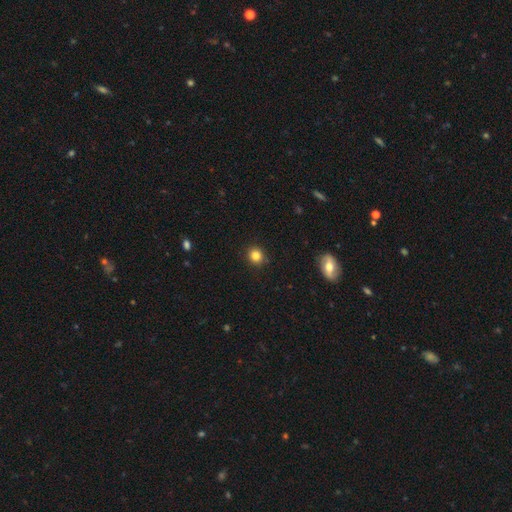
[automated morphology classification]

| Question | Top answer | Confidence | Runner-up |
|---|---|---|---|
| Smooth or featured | smooth | 84% | star or artifact (12%) |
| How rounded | round | 87% | in between (12%) |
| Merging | none | 89% | minor disturbance (8%) |